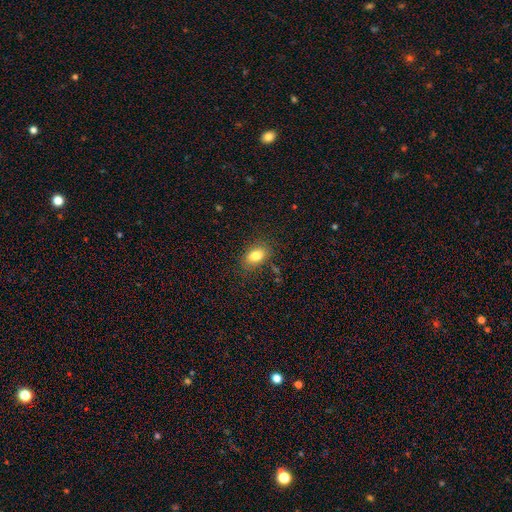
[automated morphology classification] Q: Smooth or featured?
A: smooth (82%); runner-up: star or artifact (9%)
Q: How rounded?
A: in between (86%); runner-up: round (12%)
Q: Merging?
A: none (81%); runner-up: minor disturbance (13%)